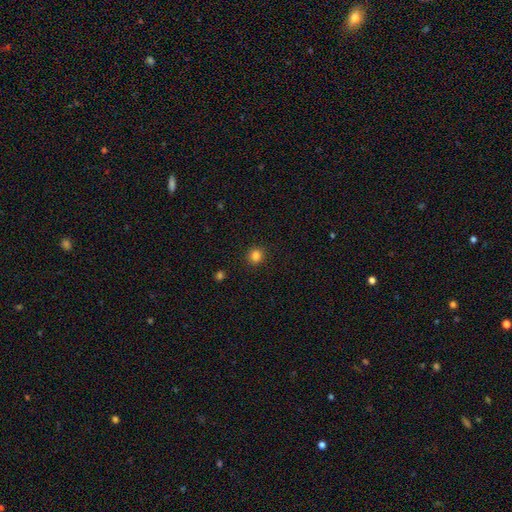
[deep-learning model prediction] smooth_or_featured: smooth (p=0.83) [alt: star or artifact p=0.12]
how_rounded: round (p=0.88) [alt: in between p=0.11]
merging: none (p=0.91) [alt: minor disturbance p=0.06]